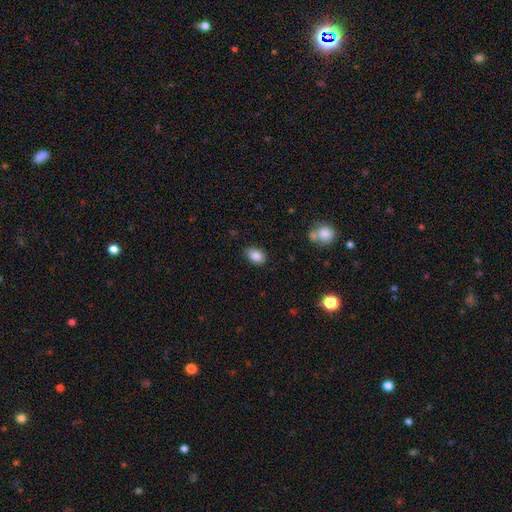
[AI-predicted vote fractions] smooth-or-featured: smooth: 86% | star or artifact: 8% | featured or disk: 5%
  how-rounded: in between: 82% | round: 16% | cigar-shaped: 1%
  merging: none: 80% | minor disturbance: 16% | major disturbance: 3% | merger: 1%